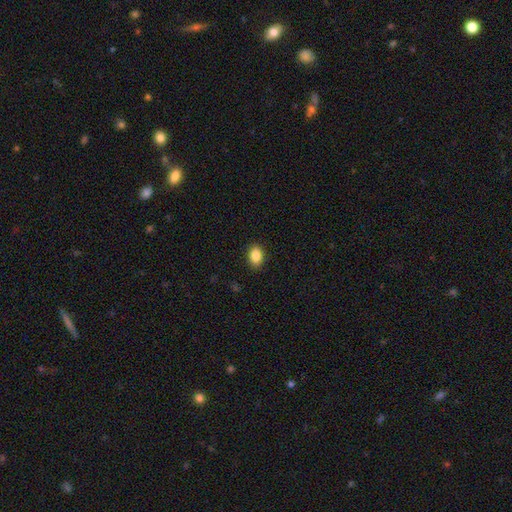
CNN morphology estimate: smooth 87%, star or artifact 8%, featured or disk 4%. Down the decision tree: how rounded — in between (81%); merging — none (89%).